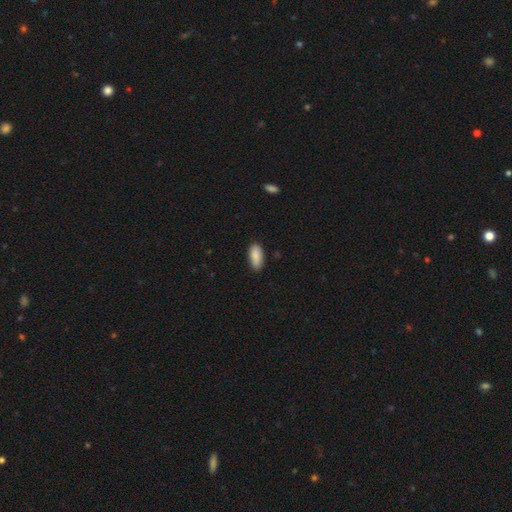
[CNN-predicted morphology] smooth-or-featured: smooth: 88% | star or artifact: 6% | featured or disk: 6%
  how-rounded: in between: 87% | cigar-shaped: 11% | round: 2%
  merging: none: 82% | minor disturbance: 15% | major disturbance: 2% | merger: 1%